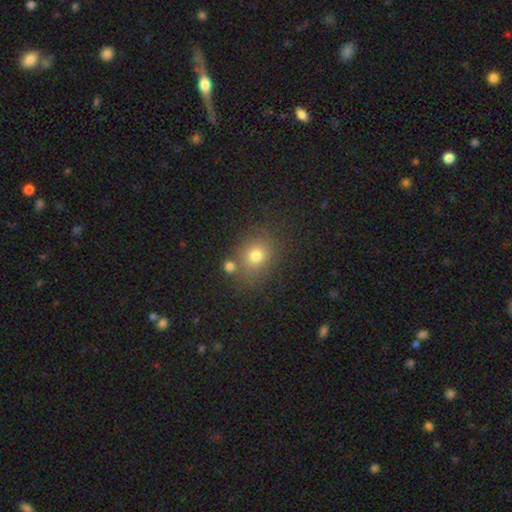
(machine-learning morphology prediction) Smooth or featured: smooth — 76% (star or artifact — 15%)
How rounded: round — 68% (in between — 31%)
Merging: none — 71% (minor disturbance — 12%)